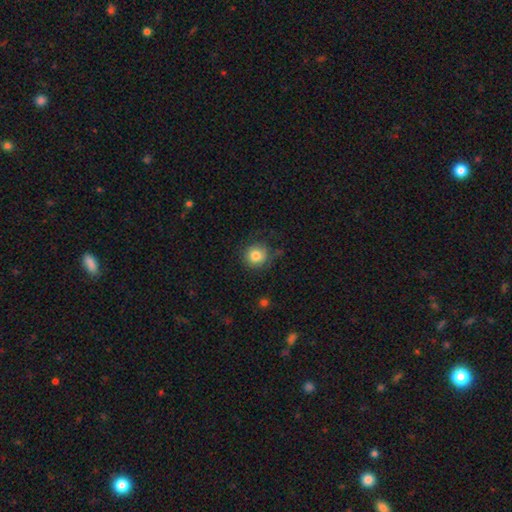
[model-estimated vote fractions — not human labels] Smooth or featured? Predicted: smooth (p=0.82). How rounded? Predicted: round (p=0.90). Merging? Predicted: none (p=0.80).